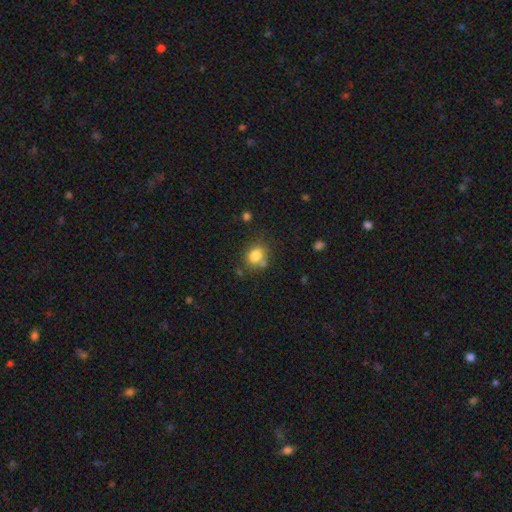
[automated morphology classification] Smooth or featured? smooth (80%)
How rounded? round (64%)
Merging? none (66%)